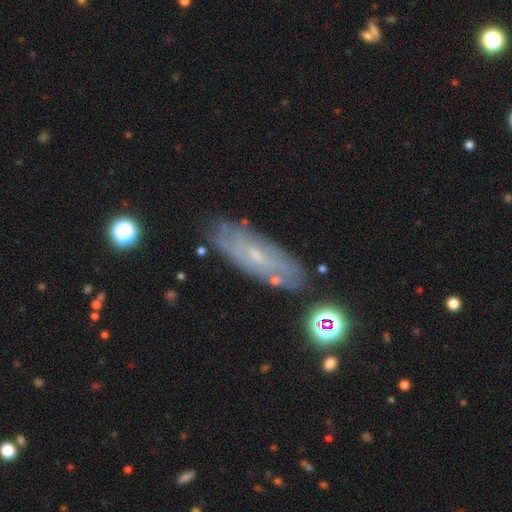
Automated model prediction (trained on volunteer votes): A featured or disk galaxy (64%).

Vote fractions:
- Smooth or featured? featured or disk: 64% / smooth: 26% / star or artifact: 10%
- Edge-on disk? no: 78% / yes: 22%
- Merging? none: 79% / minor disturbance: 14% / major disturbance: 4% / merger: 3%